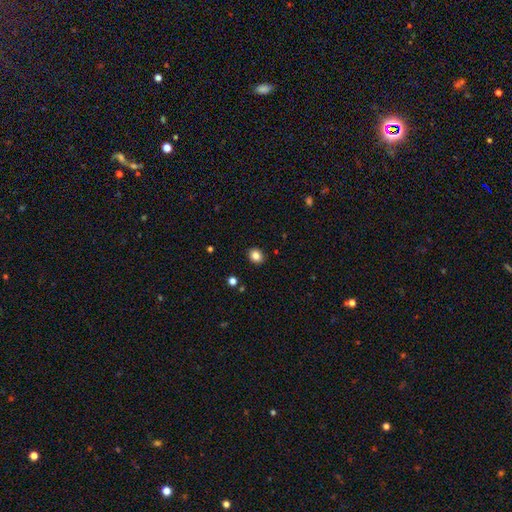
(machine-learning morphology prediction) type=smooth (83%); roundness=round (64%); merging=none (91%).